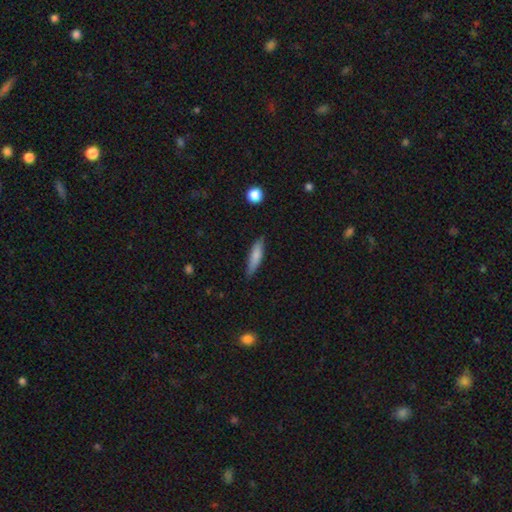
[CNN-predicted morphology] type=smooth (77%); roundness=cigar-shaped (71%); merging=none (77%).